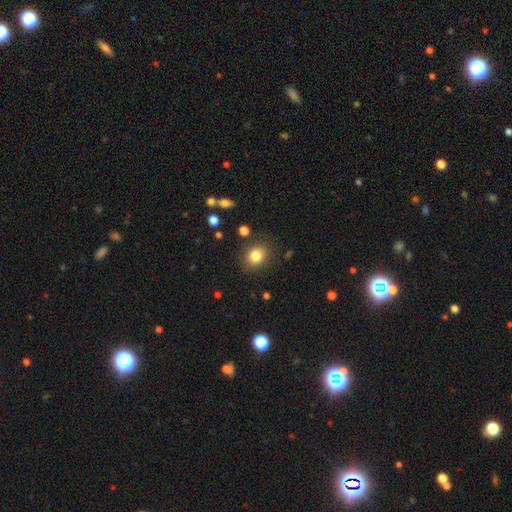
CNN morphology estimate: This is clearly a smooth galaxy (82%). How rounded: likely round (69%). Merging: clearly none (84%).